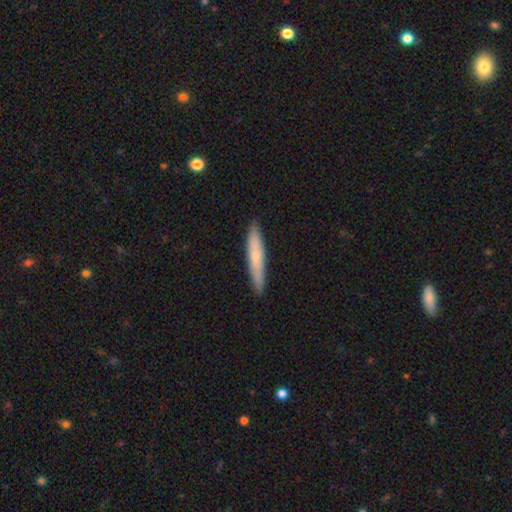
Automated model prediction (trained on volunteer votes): Overall: smooth (66%; featured or disk 28%). How rounded: cigar-shaped (93%). Merging: none (90%).